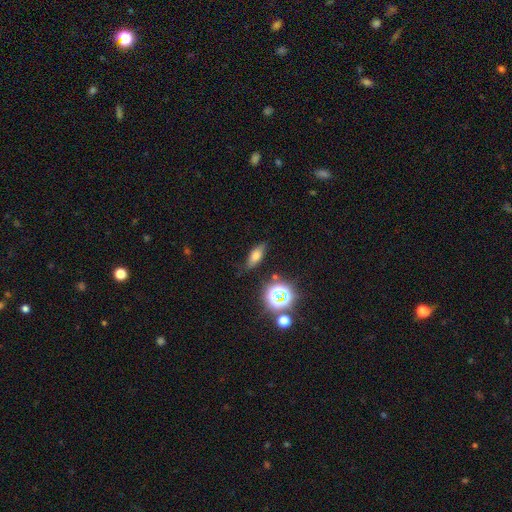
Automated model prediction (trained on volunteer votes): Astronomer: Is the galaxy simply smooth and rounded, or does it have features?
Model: smooth — 63%.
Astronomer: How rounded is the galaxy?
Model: in between — 63%.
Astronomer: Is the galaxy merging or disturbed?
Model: none — 78%.